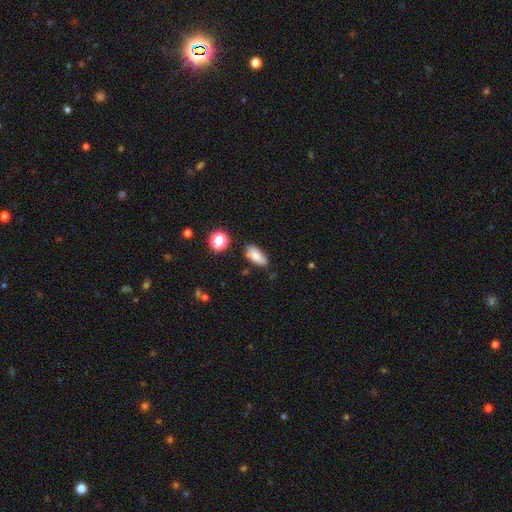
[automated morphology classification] The model was most divided on "merging": none: 72%, minor disturbance: 21%, major disturbance: 4%, merger: 3%. More confident: how rounded — in between (84%); smooth or featured — smooth (81%).